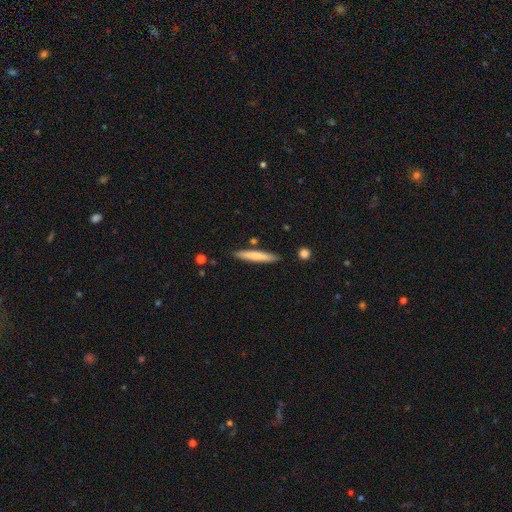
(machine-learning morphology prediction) Smooth or featured? smooth (73%)
How rounded? cigar-shaped (94%)
Merging? none (87%)